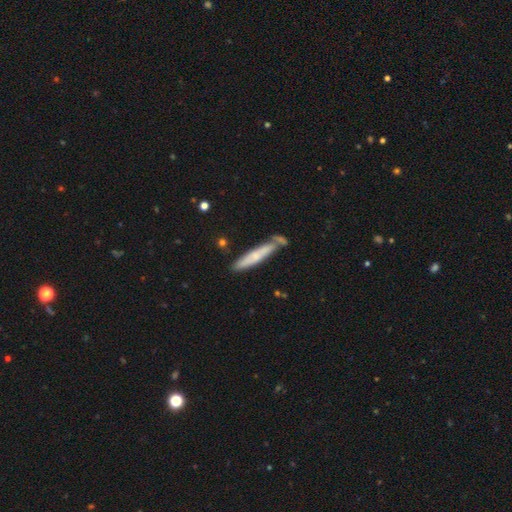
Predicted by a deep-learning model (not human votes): Smooth or featured? Predicted: smooth (p=0.55). How rounded? Predicted: cigar-shaped (p=0.91). Merging? Predicted: none (p=0.60).